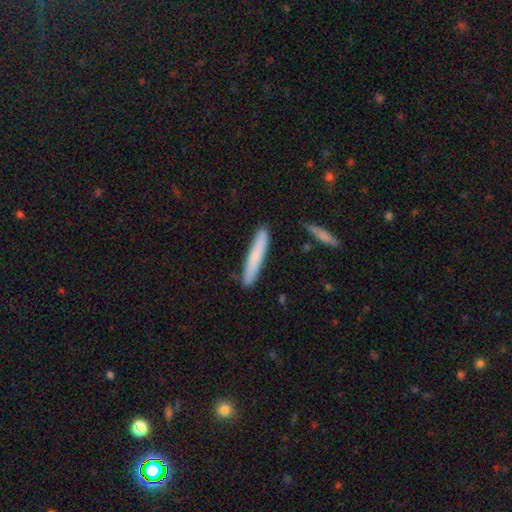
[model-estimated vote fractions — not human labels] This is likely a smooth galaxy (74%). How rounded: clearly cigar-shaped (94%). Merging: clearly none (87%).